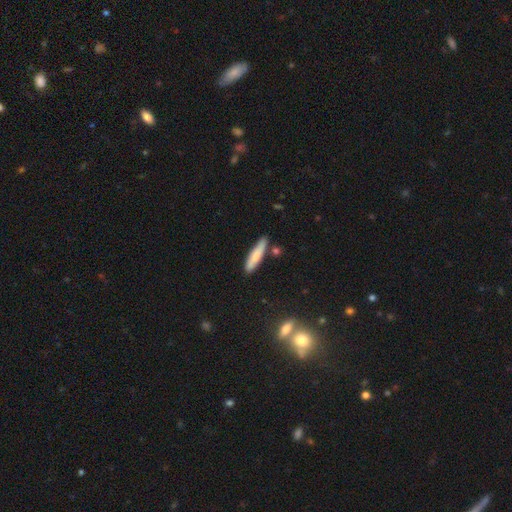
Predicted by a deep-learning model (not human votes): Smooth or featured? smooth (79%)
How rounded? cigar-shaped (82%)
Merging? none (80%)